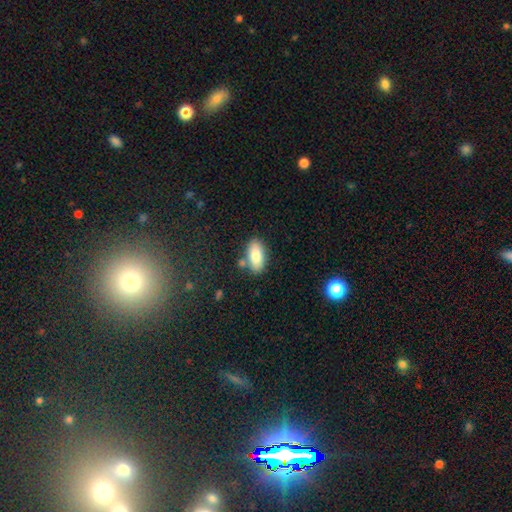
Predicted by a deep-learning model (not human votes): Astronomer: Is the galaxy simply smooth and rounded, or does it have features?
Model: smooth — 82%.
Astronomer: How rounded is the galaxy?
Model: in between — 91%.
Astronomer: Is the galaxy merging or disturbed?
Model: none — 78%.